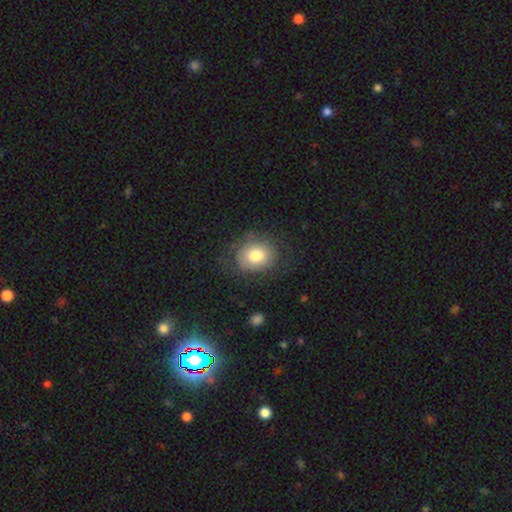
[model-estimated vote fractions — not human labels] Morphology: type=smooth (73%); roundness=round (64%); merging=none (72%).